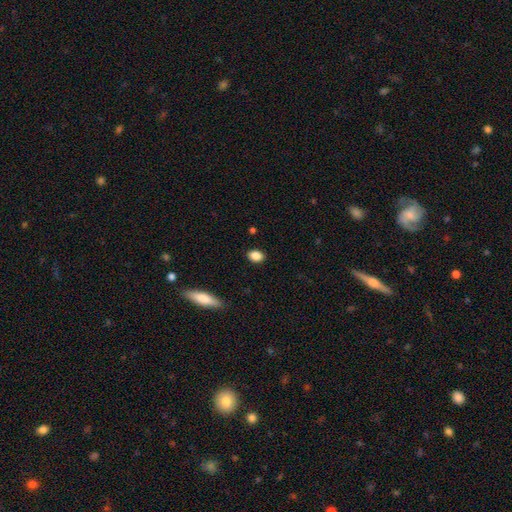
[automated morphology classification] smooth-or-featured: smooth: 86% | star or artifact: 9% | featured or disk: 5%
  how-rounded: in between: 71% | round: 26% | cigar-shaped: 2%
  merging: none: 87% | minor disturbance: 9% | major disturbance: 2% | merger: 1%